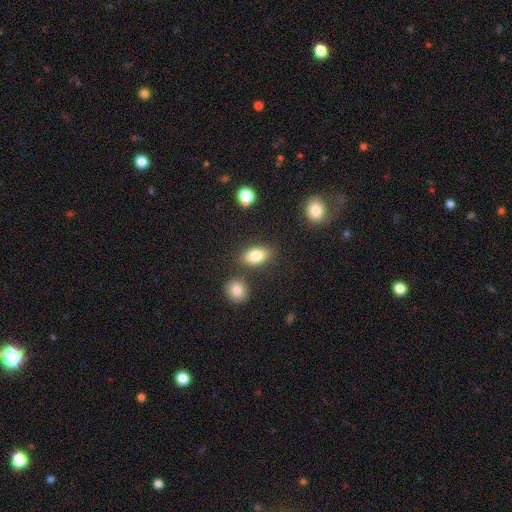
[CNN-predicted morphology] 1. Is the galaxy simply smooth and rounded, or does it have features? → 81% smooth, 10% featured or disk, 9% star or artifact.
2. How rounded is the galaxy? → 86% in between, 9% round, 5% cigar-shaped.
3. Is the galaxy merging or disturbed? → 78% none, 11% minor disturbance, 8% merger, 3% major disturbance.